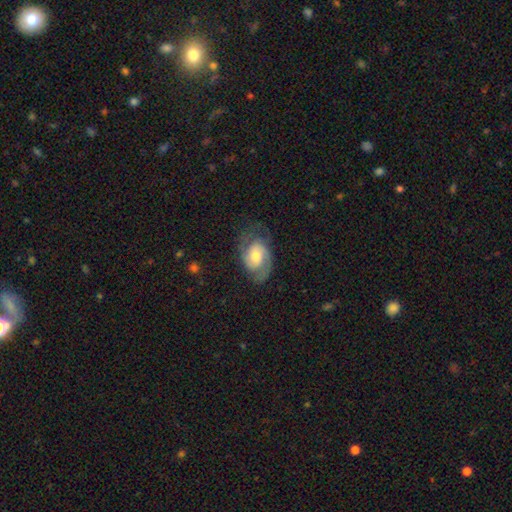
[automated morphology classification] Smooth or featured? featured or disk (70%)
Edge-on disk? no (96%)
Bar? no (64%)
Spiral arms? yes (91%)
Spiral winding? medium (44%)
Spiral arm count? 2 (76%)
Bulge size? moderate (58%)
Merging? none (64%)